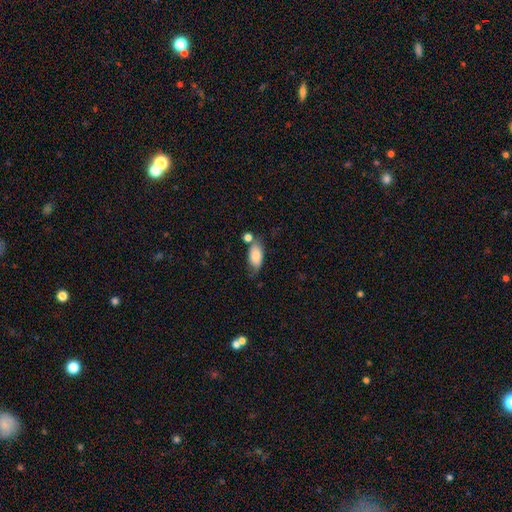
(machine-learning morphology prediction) Smooth or featured?
  - smooth: 81% *
  - featured or disk: 11%
  - star or artifact: 7%
How rounded?
  - in between: 88% *
  - cigar-shaped: 8%
  - round: 4%
Merging?
  - none: 52% *
  - minor disturbance: 23%
  - merger: 17%
  - major disturbance: 8%